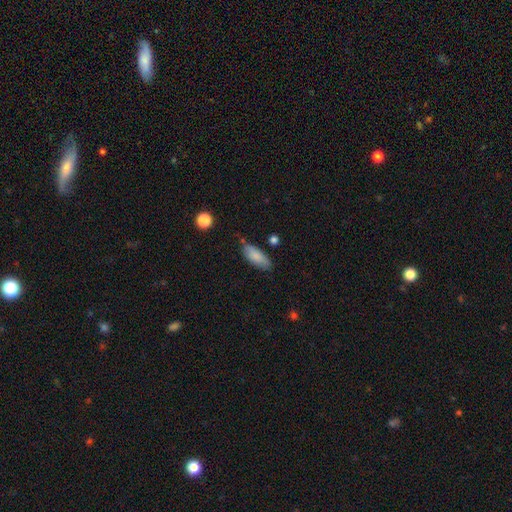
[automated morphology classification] smooth_or_featured: smooth (p=0.84) [alt: featured or disk p=0.10]
how_rounded: in between (p=0.77) [alt: cigar-shaped p=0.21]
merging: none (p=0.72) [alt: minor disturbance p=0.20]